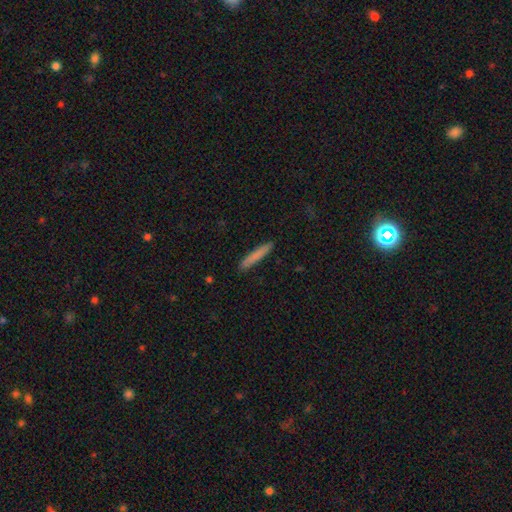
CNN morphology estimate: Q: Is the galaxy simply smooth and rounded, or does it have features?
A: smooth — 81%.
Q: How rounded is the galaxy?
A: cigar-shaped — 95%.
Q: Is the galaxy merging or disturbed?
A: none — 91%.